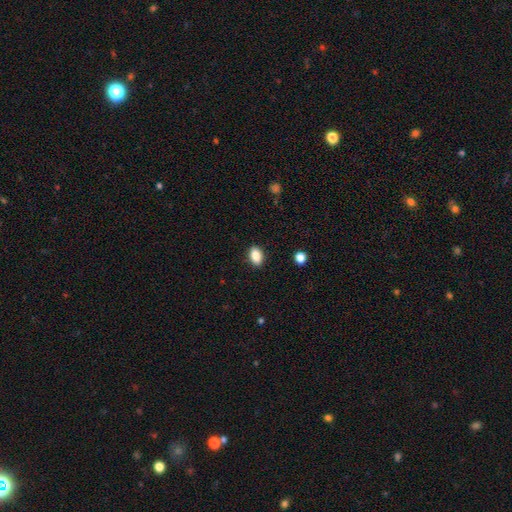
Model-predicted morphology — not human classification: smooth 88%, star or artifact 8%, featured or disk 4%. Down the decision tree: how rounded — in between (87%); merging — none (89%).